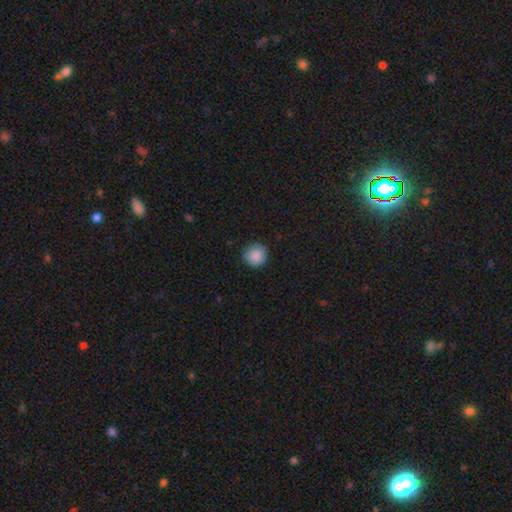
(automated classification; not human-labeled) Smooth or featured? smooth (89%)
How rounded? round (95%)
Merging? none (89%)